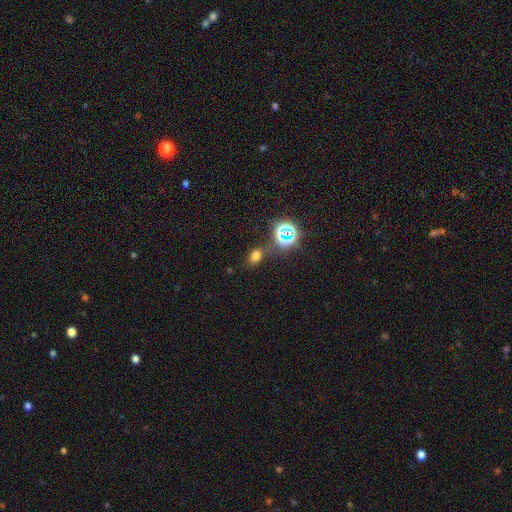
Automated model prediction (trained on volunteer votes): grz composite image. It shows a smooth galaxy with no disk features (64%) that is in between round and cigar-shaped (60%). Merging: none (71%).